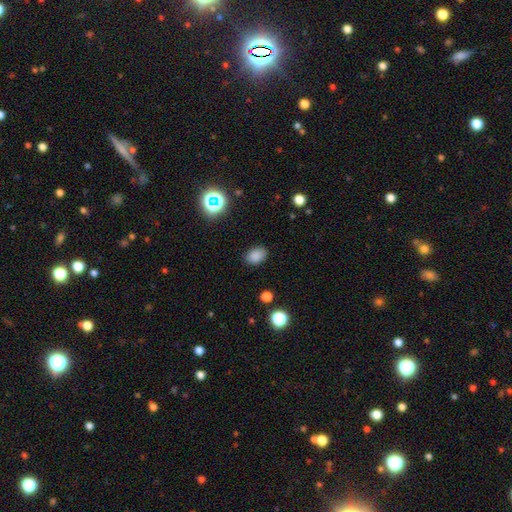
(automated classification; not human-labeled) Q: Smooth or featured?
A: smooth (83%); runner-up: star or artifact (13%)
Q: How rounded?
A: in between (76%); runner-up: round (23%)
Q: Merging?
A: none (85%); runner-up: minor disturbance (11%)